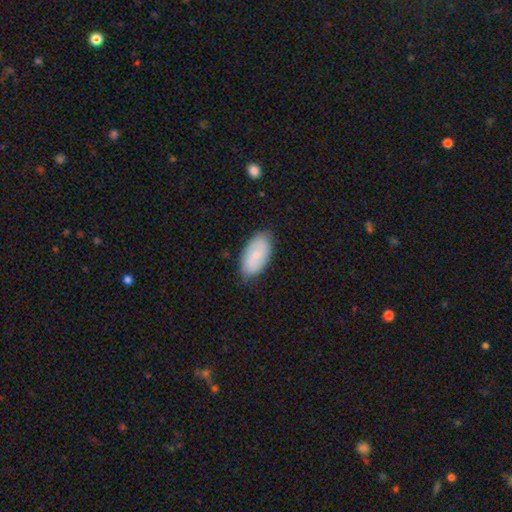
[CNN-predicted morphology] Q: Smooth or featured?
A: smooth (66%); runner-up: featured or disk (27%)
Q: How rounded?
A: in between (95%); runner-up: round (3%)
Q: Merging?
A: none (80%); runner-up: minor disturbance (16%)